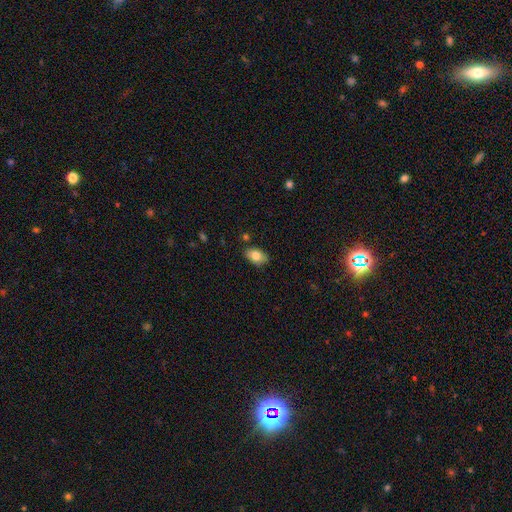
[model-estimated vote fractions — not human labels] Smooth or featured? Predicted: smooth (p=0.79). How rounded? Predicted: in between (p=0.89). Merging? Predicted: none (p=0.84).